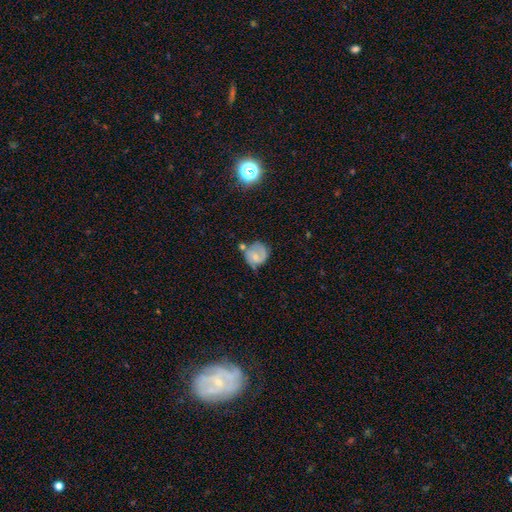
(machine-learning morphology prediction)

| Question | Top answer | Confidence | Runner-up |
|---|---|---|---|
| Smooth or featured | featured or disk | 55% | smooth (37%) |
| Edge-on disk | no | 97% | yes (3%) |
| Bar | no | 56% | weak (37%) |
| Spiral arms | yes | 82% | no (18%) |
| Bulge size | small | 48% | moderate (36%) |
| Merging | none | 48% | minor disturbance (28%) |